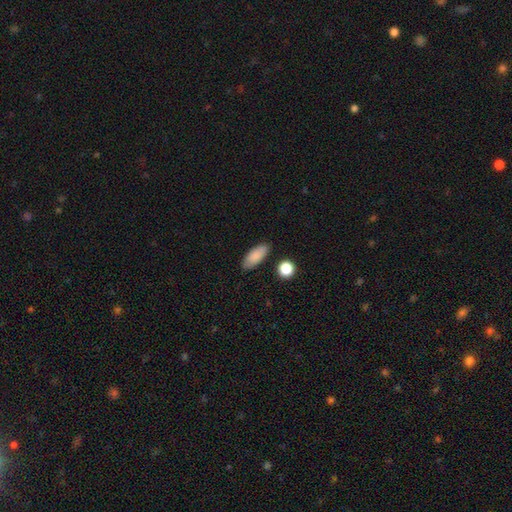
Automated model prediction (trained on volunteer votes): The model was most divided on "how rounded": in between: 81%, cigar-shaped: 17%, round: 3%. More confident: smooth or featured — smooth (86%); merging — none (84%).